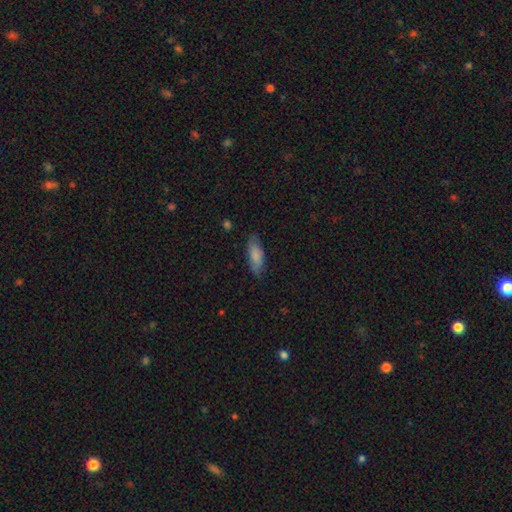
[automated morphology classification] Smooth or featured?
  - smooth: 80% *
  - featured or disk: 14%
  - star or artifact: 6%
How rounded?
  - in between: 70% *
  - cigar-shaped: 29%
  - round: 2%
Merging?
  - none: 79% *
  - minor disturbance: 16%
  - major disturbance: 3%
  - merger: 1%